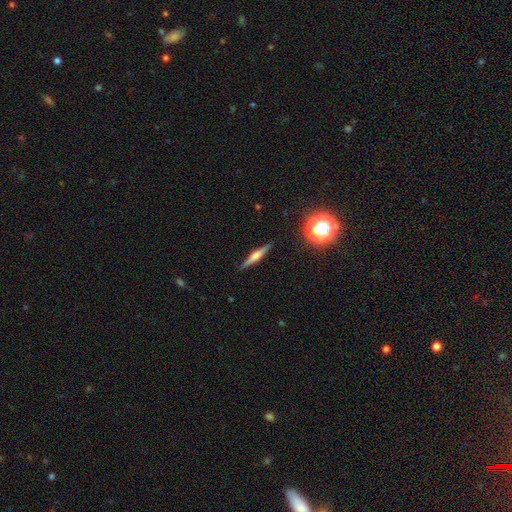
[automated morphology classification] Smooth or featured? Predicted: featured or disk (p=0.56). Edge-on disk? Predicted: yes (p=0.97). Edge-on bulge? Predicted: rounded (p=0.73). Merging? Predicted: none (p=0.90).